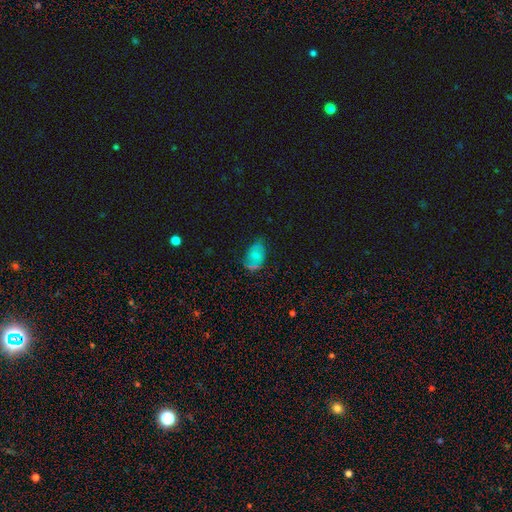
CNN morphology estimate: A smooth galaxy with no disk features (61%) that is in between round and cigar-shaped (85%).

Vote fractions:
- Smooth or featured? smooth: 61% / featured or disk: 24% / star or artifact: 15%
- How rounded? in between: 85% / round: 13% / cigar-shaped: 2%
- Merging? none: 52% / minor disturbance: 27% / merger: 11% / major disturbance: 11%